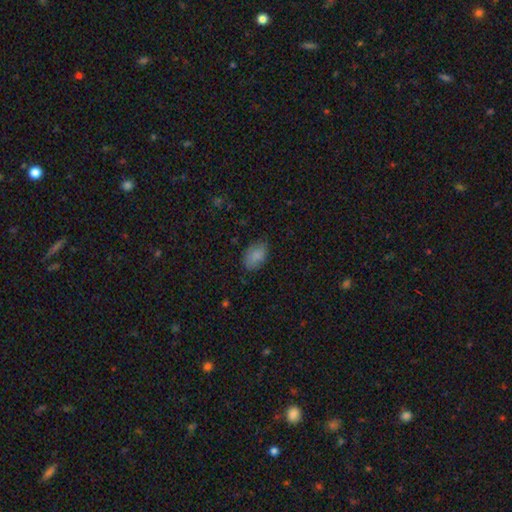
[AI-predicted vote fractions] smooth_or_featured: smooth (p=0.84) [alt: star or artifact p=0.08]
how_rounded: in between (p=0.89) [alt: round p=0.09]
merging: none (p=0.76) [alt: minor disturbance p=0.19]